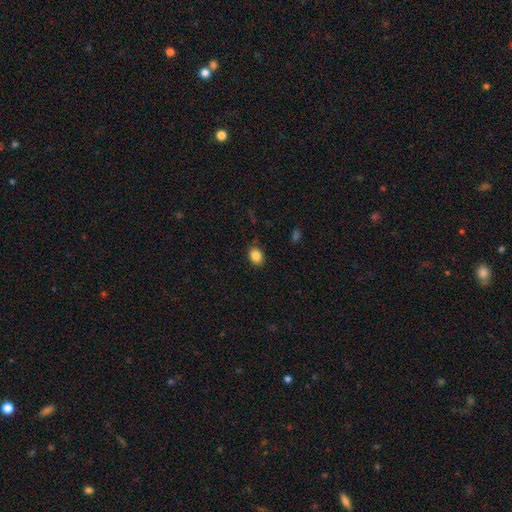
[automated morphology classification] smooth_or_featured: smooth (p=0.85) [alt: star or artifact p=0.10]
how_rounded: in between (p=0.53) [alt: round p=0.46]
merging: none (p=0.85) [alt: minor disturbance p=0.11]